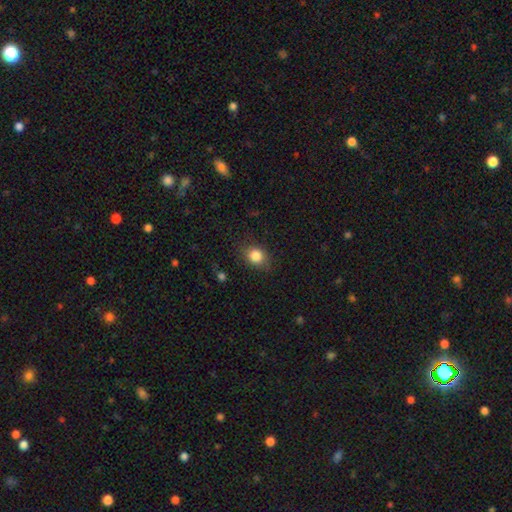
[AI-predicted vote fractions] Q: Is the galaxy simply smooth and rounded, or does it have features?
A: smooth — 84%.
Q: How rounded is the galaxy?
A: round — 57%.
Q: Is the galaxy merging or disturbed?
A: none — 76%.